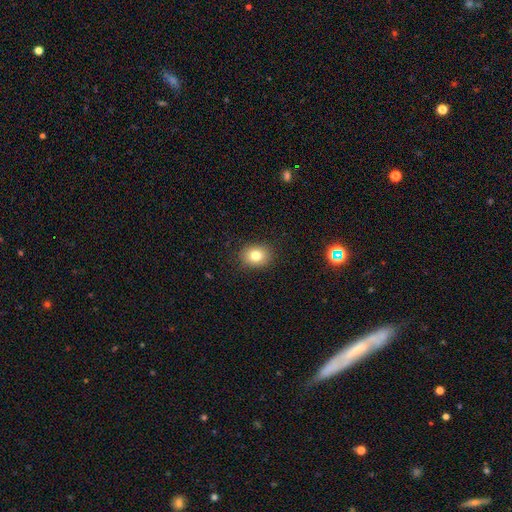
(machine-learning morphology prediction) A smooth galaxy with no disk features (80%) that is round (50%). Merging: none (88%).